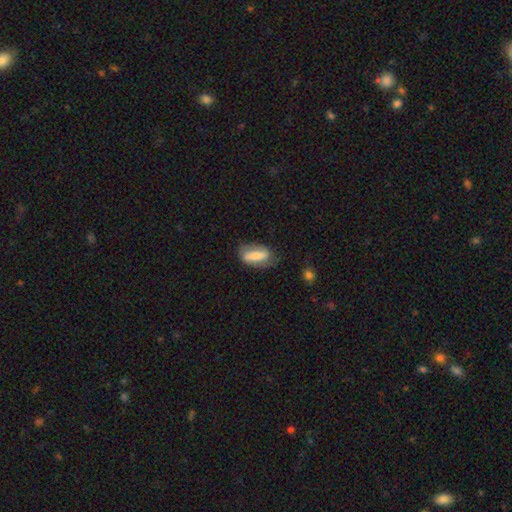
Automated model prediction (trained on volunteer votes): smooth_or_featured: smooth (p=0.52) [alt: featured or disk p=0.41]
how_rounded: in between (p=0.80) [alt: cigar-shaped p=0.15]
merging: none (p=0.63) [alt: minor disturbance p=0.26]